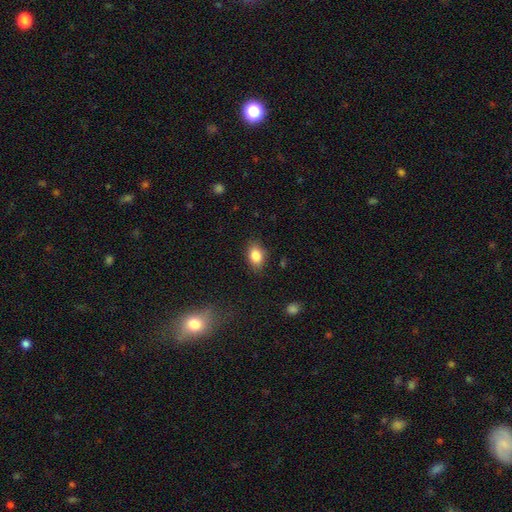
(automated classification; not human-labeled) A smooth galaxy with no disk features (85%) that is in between round and cigar-shaped (81%). Merging: none (83%).